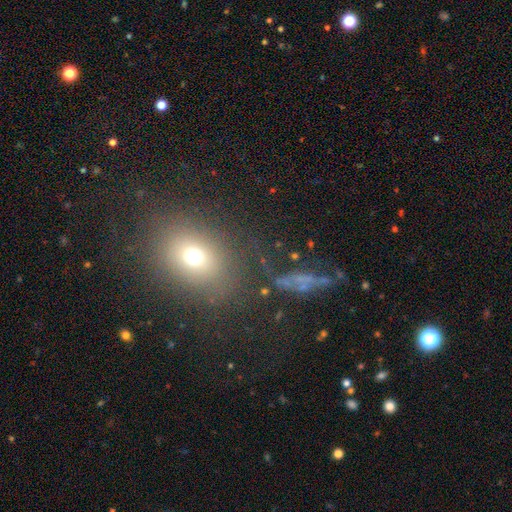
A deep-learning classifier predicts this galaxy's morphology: Q: Smooth or featured?
A: smooth (58%); runner-up: star or artifact (28%)
Q: How rounded?
A: in between (53%); runner-up: round (43%)
Q: Merging?
A: none (81%); runner-up: minor disturbance (10%)